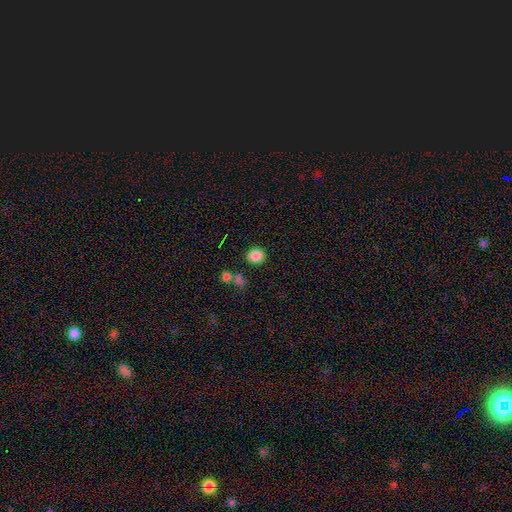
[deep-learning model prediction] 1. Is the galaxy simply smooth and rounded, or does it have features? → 85% smooth, 10% star or artifact, 4% featured or disk.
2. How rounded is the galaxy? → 71% round, 28% in between, 1% cigar-shaped.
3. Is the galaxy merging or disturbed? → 83% none, 9% minor disturbance, 5% merger, 3% major disturbance.